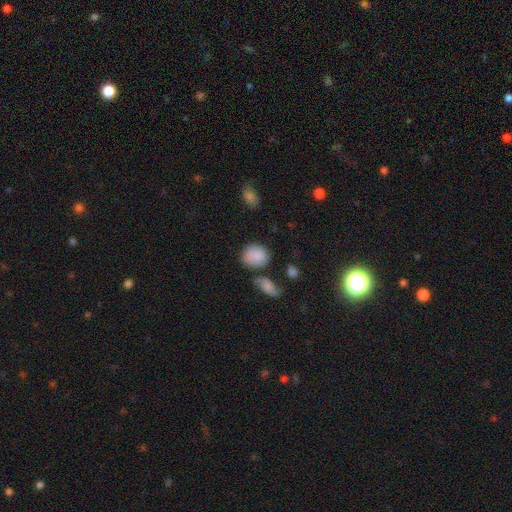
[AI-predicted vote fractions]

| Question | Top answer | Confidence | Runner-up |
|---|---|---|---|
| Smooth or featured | smooth | 84% | featured or disk (8%) |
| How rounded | round | 64% | in between (34%) |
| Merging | none | 68% | minor disturbance (17%) |